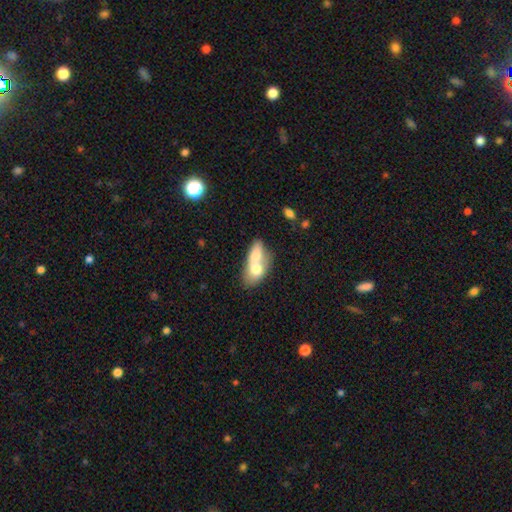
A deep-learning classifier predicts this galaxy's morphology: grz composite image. It shows a smooth galaxy with no disk features (67%) that is in between round and cigar-shaped (77%). Merging: merger (77%).